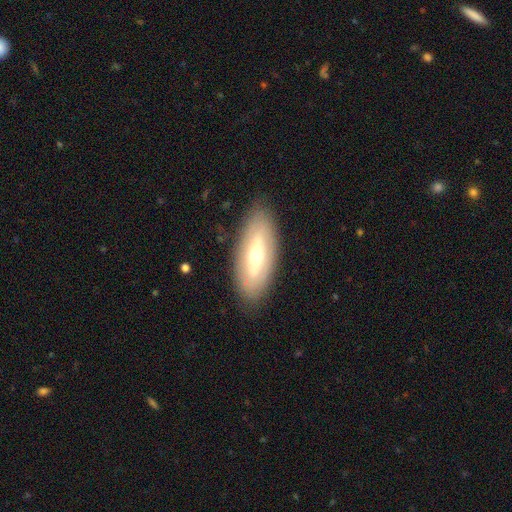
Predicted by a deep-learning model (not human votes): featured or disk 52%, smooth 41%, star or artifact 6%. Down the decision tree: edge-on disk — no (77%); merging — none (85%).